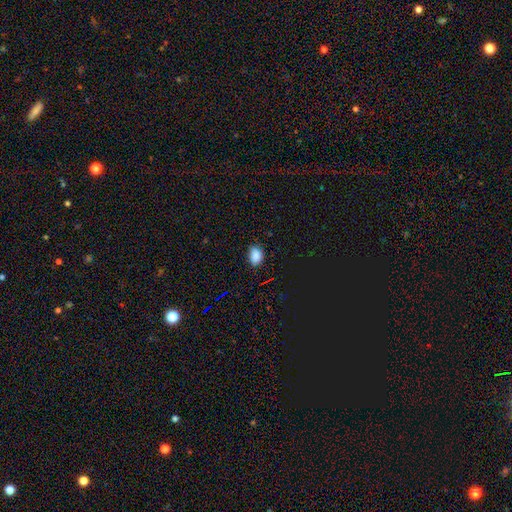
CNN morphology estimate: Overall: smooth (85%). How rounded: in between (71%). Merging: none (79%).